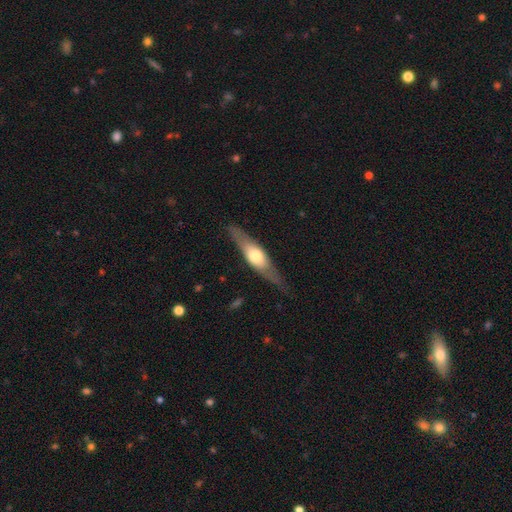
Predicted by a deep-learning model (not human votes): Overall: featured or disk (57%; smooth 38%). Edge-on disk: yes (85%). Merging: none (78%).